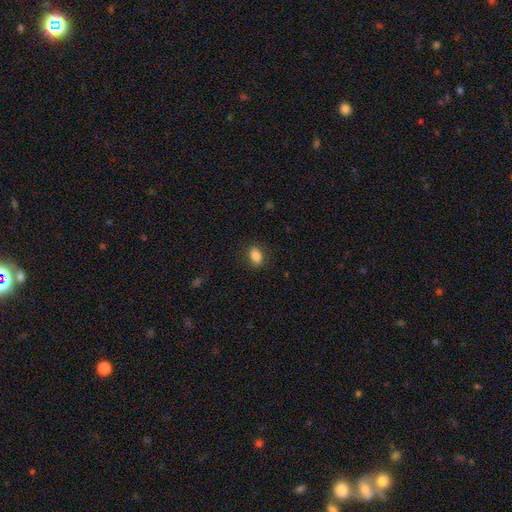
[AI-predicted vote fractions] smooth-or-featured: smooth: 85% | star or artifact: 9% | featured or disk: 6%
  how-rounded: in between: 84% | round: 14% | cigar-shaped: 2%
  merging: none: 84% | minor disturbance: 12% | major disturbance: 3% | merger: 1%